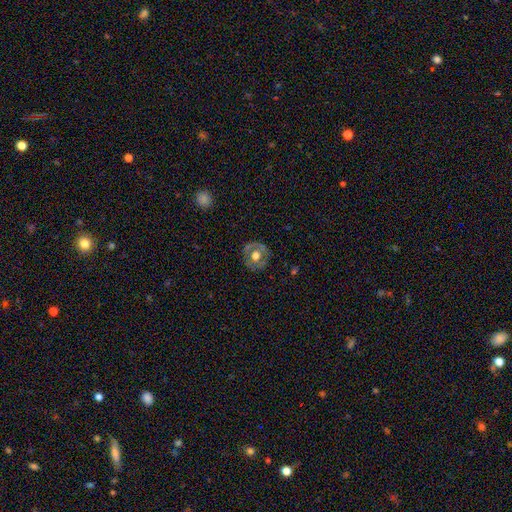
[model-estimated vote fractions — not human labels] A featured or disk galaxy (48%).

Vote fractions:
- Smooth or featured? featured or disk: 48% / smooth: 45% / star or artifact: 7%
- Merging? none: 79% / minor disturbance: 15% / major disturbance: 5% / merger: 1%